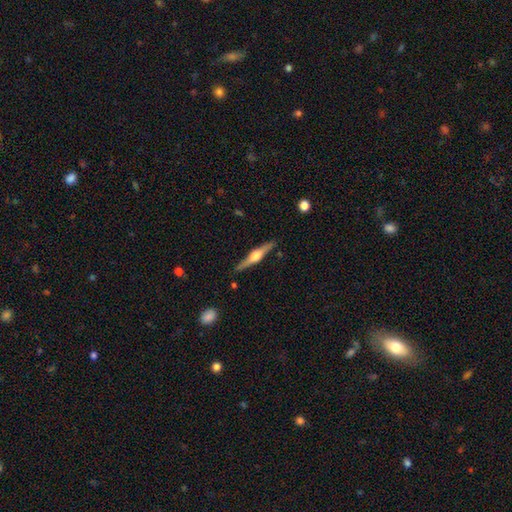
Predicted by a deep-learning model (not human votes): smooth_or_featured: featured or disk (p=0.76) [alt: smooth p=0.19]
disk_edge_on: yes (p=0.98) [alt: no p=0.02]
edge_on_bulge: rounded (p=0.94) [alt: boxy p=0.05]
merging: none (p=0.89) [alt: minor disturbance p=0.08]